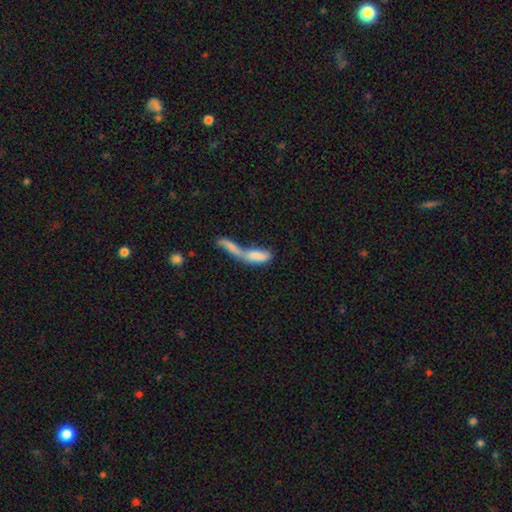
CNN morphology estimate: A smooth galaxy with no disk features (73%) that is in between round and cigar-shaped (57%).

Vote fractions:
- Smooth or featured? smooth: 73% / featured or disk: 19% / star or artifact: 8%
- How rounded? in between: 57% / cigar-shaped: 39% / round: 3%
- Merging? merger: 78% / none: 10% / major disturbance: 7% / minor disturbance: 5%